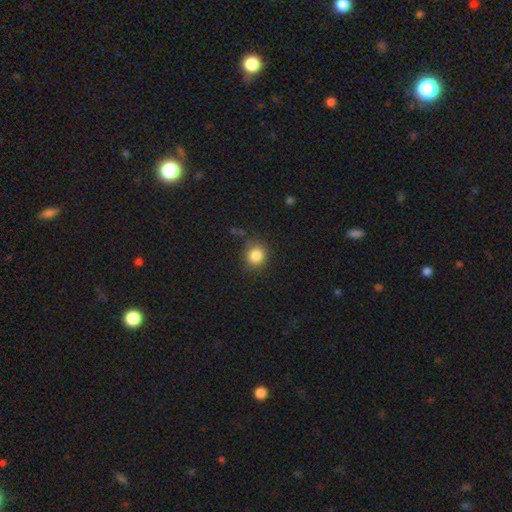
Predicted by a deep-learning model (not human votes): Smooth or featured? smooth (85%)
How rounded? round (84%)
Merging? none (80%)